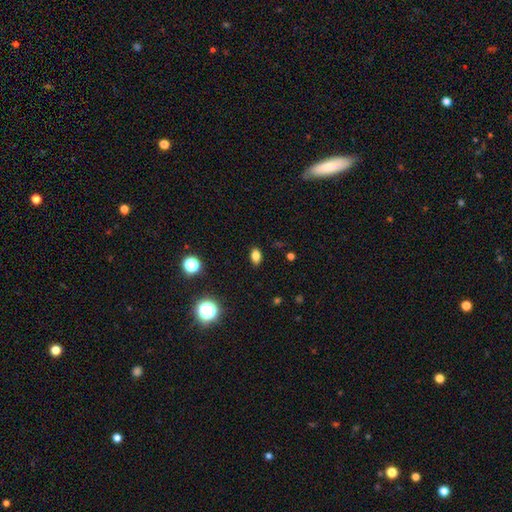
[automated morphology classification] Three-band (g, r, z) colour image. It shows a smooth galaxy with no disk features (80%) that is in between round and cigar-shaped (84%). Merging: none (88%).